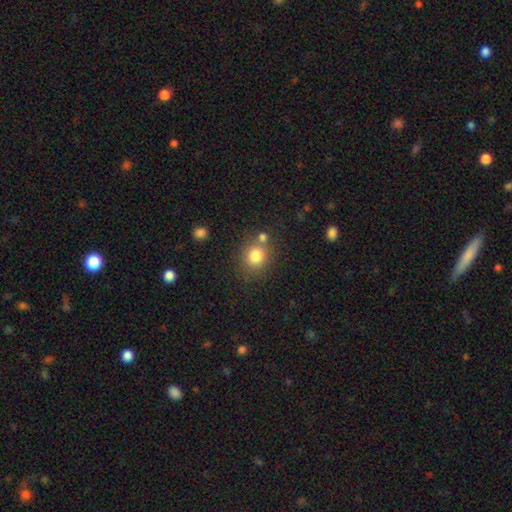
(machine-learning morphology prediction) type=smooth (81%); roundness=round (80%); merging=none (67%).